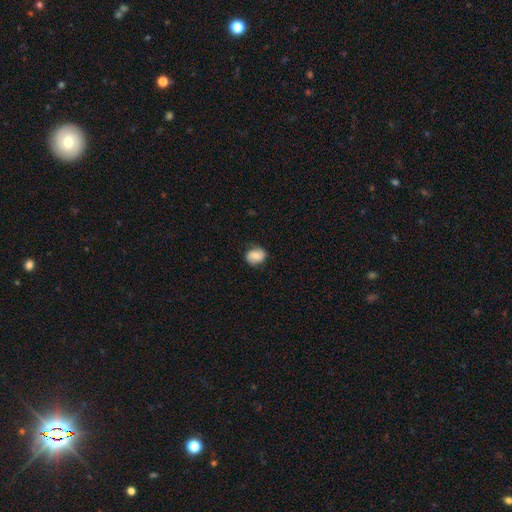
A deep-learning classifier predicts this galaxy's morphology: The model was most divided on "how rounded": round: 55%, in between: 44%, cigar-shaped: 1%. More confident: merging — none (71%); smooth or featured — smooth (63%).